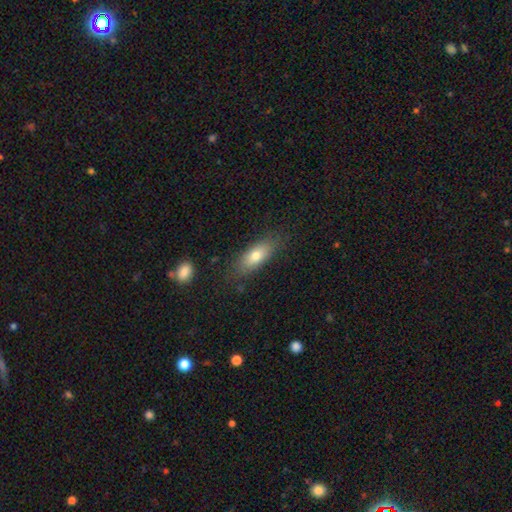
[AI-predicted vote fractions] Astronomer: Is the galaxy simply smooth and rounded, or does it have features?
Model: smooth — 74%.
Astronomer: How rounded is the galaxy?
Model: in between — 71%.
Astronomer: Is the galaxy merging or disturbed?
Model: none — 79%.